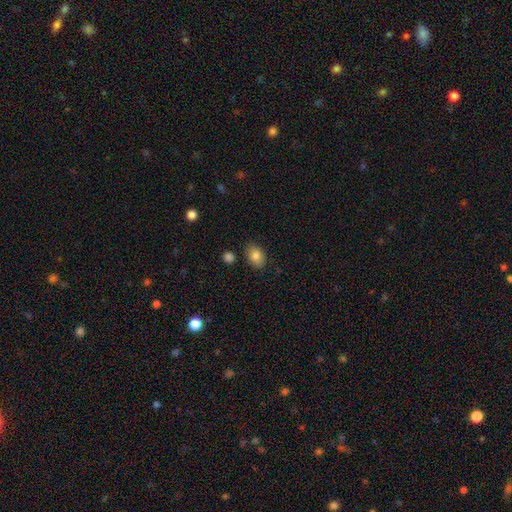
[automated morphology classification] Q: Smooth or featured?
A: smooth (84%); runner-up: star or artifact (8%)
Q: How rounded?
A: in between (82%); runner-up: round (17%)
Q: Merging?
A: none (84%); runner-up: minor disturbance (11%)